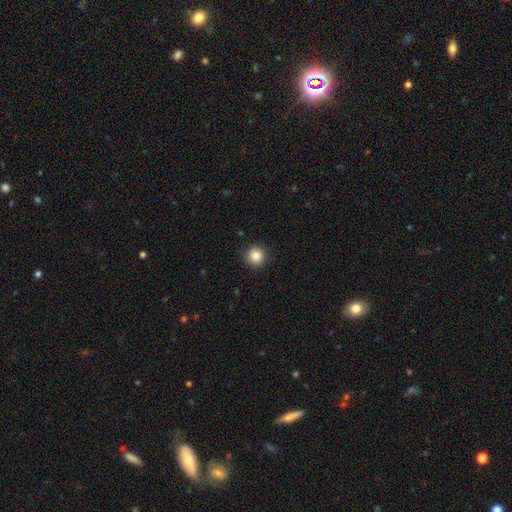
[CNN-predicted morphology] This appears to be a smooth galaxy with no disk features (86%) that is round (94%). Merging: none (88%).